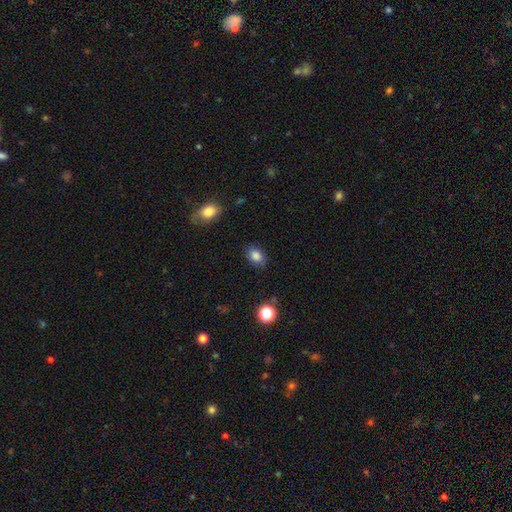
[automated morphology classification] type=smooth (84%); roundness=in between (69%); merging=none (82%).